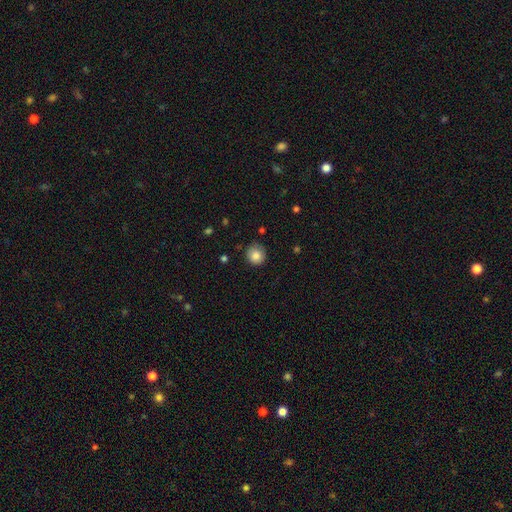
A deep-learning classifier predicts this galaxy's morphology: Q: Smooth or featured?
A: smooth (85%); runner-up: star or artifact (9%)
Q: How rounded?
A: round (90%); runner-up: in between (10%)
Q: Merging?
A: none (79%); runner-up: minor disturbance (16%)